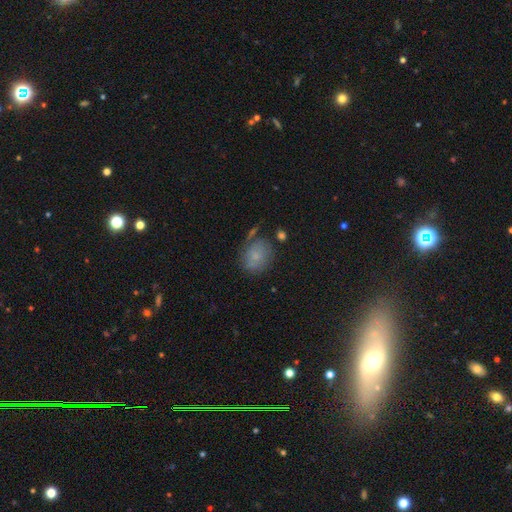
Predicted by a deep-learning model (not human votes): smooth-or-featured: smooth: 72% | featured or disk: 17% | star or artifact: 11%
  how-rounded: round: 59% | in between: 40% | cigar-shaped: 1%
  merging: none: 58% | minor disturbance: 22% | major disturbance: 10% | merger: 9%